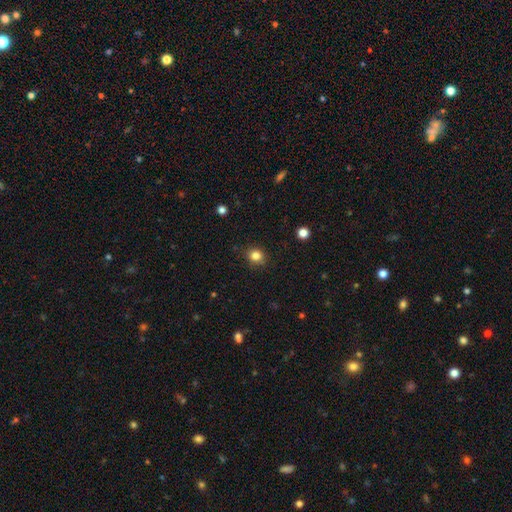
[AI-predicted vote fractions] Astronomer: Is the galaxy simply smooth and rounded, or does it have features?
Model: smooth — 83%.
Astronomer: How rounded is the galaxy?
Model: round — 79%.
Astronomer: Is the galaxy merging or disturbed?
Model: none — 86%.